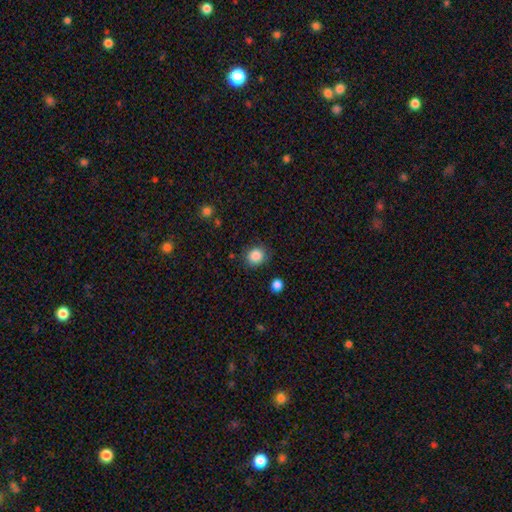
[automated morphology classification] This appears to be a smooth galaxy with no disk features (86%) that is round (80%). Merging: none (85%).